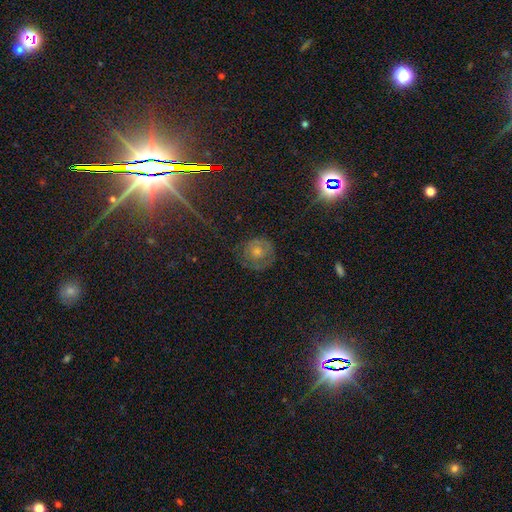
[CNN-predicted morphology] This is marginally a featured or disk galaxy (43%). Merging: likely none (78%).